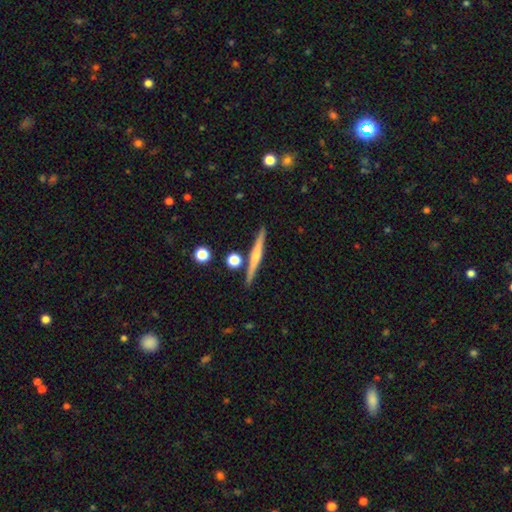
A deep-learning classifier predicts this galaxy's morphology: Smooth or featured?
  - featured or disk: 59% *
  - smooth: 34%
  - star or artifact: 6%
Edge-on disk?
  - yes: 98% *
  - no: 2%
Edge-on bulge?
  - rounded: 68% *
  - none: 22%
  - boxy: 10%
Merging?
  - none: 86% *
  - minor disturbance: 7%
  - merger: 5%
  - major disturbance: 2%